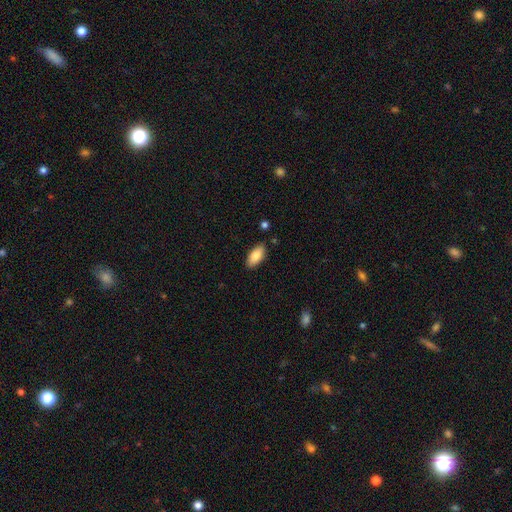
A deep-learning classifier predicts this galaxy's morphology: Smooth or featured?
  - smooth: 85% *
  - featured or disk: 8%
  - star or artifact: 6%
How rounded?
  - in between: 88% *
  - cigar-shaped: 10%
  - round: 2%
Merging?
  - none: 86% *
  - minor disturbance: 10%
  - merger: 2%
  - major disturbance: 2%